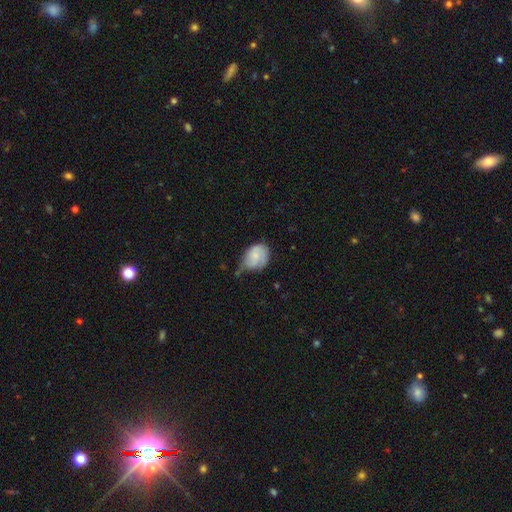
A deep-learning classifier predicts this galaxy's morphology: Overall: smooth (66%; featured or disk 27%). How rounded: in between (62%; round 37%). Merging: minor disturbance (47%; none 29%).